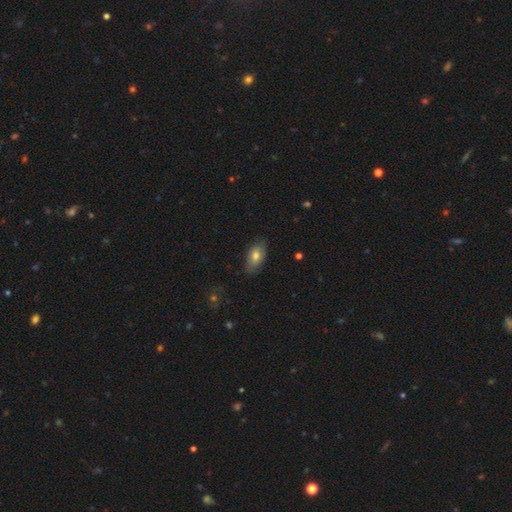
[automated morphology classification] Smooth or featured? smooth (77%)
How rounded? in between (91%)
Merging? none (81%)